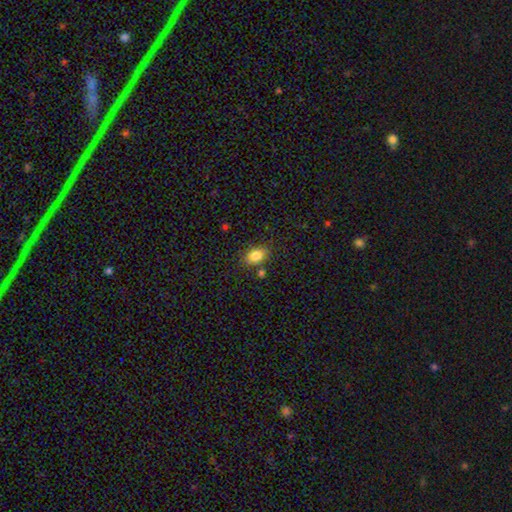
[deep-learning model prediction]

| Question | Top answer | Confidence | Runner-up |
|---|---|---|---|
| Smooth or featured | smooth | 85% | star or artifact (9%) |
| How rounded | in between | 80% | round (19%) |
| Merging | none | 77% | minor disturbance (13%) |